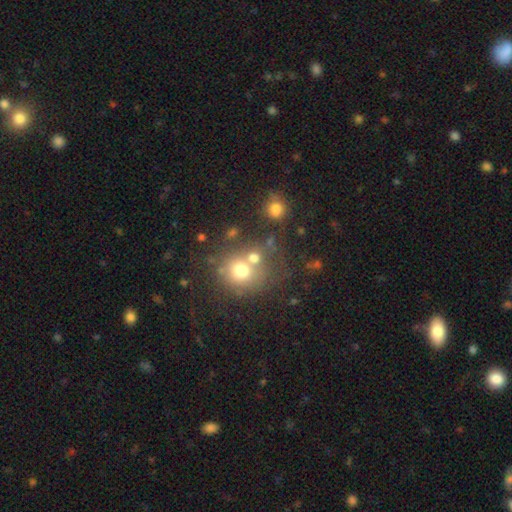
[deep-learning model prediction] smooth-or-featured: smooth: 60% | star or artifact: 22% | featured or disk: 18%
  how-rounded: round: 79% | in between: 20% | cigar-shaped: 1%
  merging: none: 49% | merger: 34% | minor disturbance: 11% | major disturbance: 6%